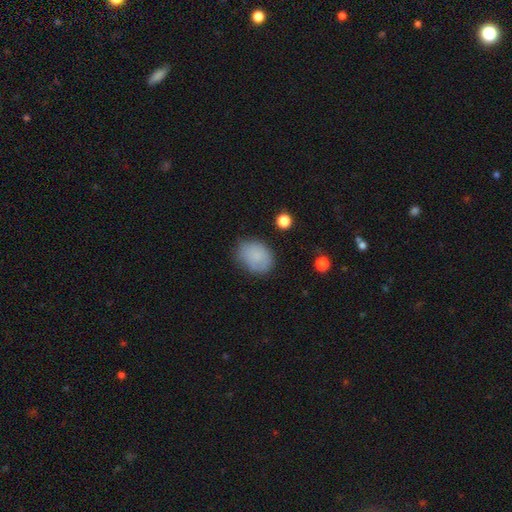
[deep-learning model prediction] Smooth or featured?
  - smooth: 84% *
  - star or artifact: 8%
  - featured or disk: 8%
How rounded?
  - in between: 59% *
  - round: 40%
  - cigar-shaped: 1%
Merging?
  - none: 74% *
  - minor disturbance: 19%
  - major disturbance: 5%
  - merger: 2%